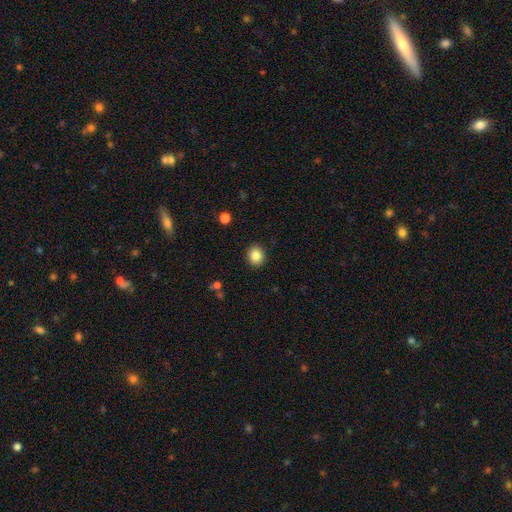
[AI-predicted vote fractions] Smooth or featured: smooth — 85% (star or artifact — 10%)
How rounded: round — 74% (in between — 25%)
Merging: none — 91% (minor disturbance — 6%)